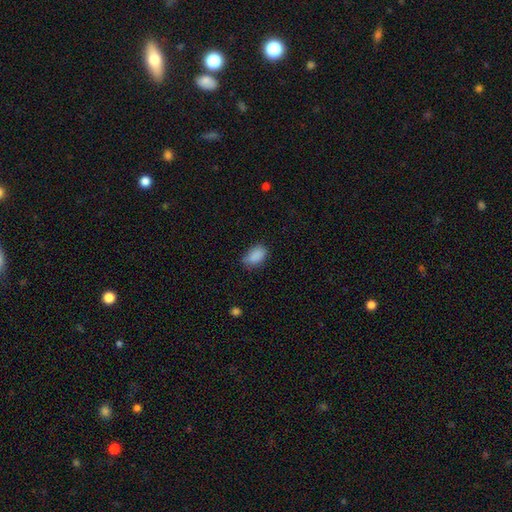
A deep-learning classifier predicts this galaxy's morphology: This appears to be a smooth galaxy with no disk features (87%) that is in between round and cigar-shaped (90%). Merging: none (66%).